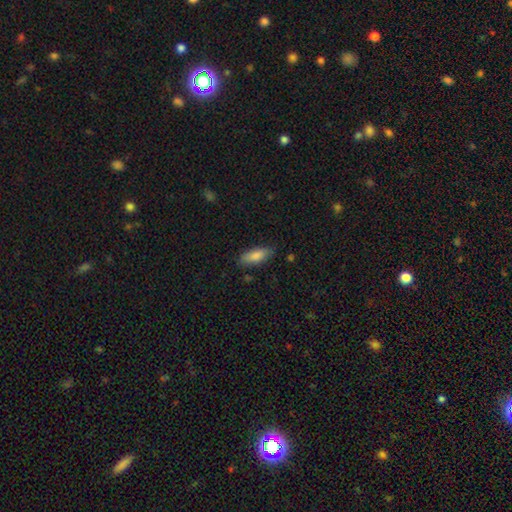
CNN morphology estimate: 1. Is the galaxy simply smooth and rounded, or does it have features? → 84% smooth, 10% featured or disk, 6% star or artifact.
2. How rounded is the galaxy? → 68% in between, 30% cigar-shaped, 2% round.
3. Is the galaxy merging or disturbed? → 81% none, 15% minor disturbance, 3% major disturbance, 2% merger.